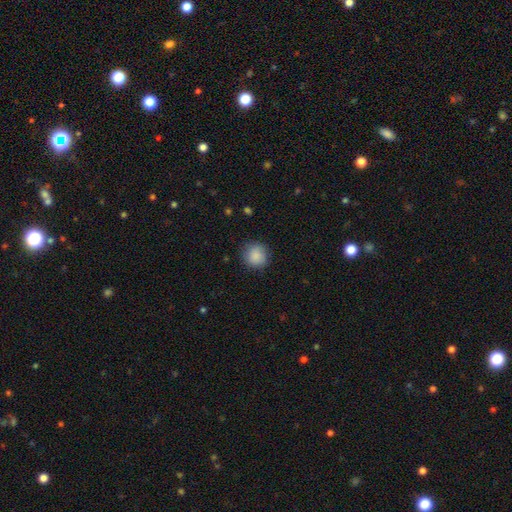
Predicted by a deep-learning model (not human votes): smooth_or_featured: smooth (p=0.87) [alt: star or artifact p=0.08]
how_rounded: round (p=0.90) [alt: in between p=0.09]
merging: none (p=0.81) [alt: minor disturbance p=0.14]